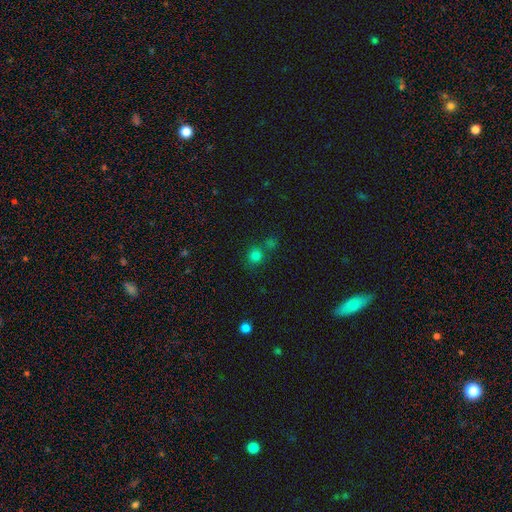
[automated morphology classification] The model was most divided on "merging": none: 64%, merger: 23%, minor disturbance: 9%, major disturbance: 4%. More confident: how rounded — round (89%); smooth or featured — smooth (75%).